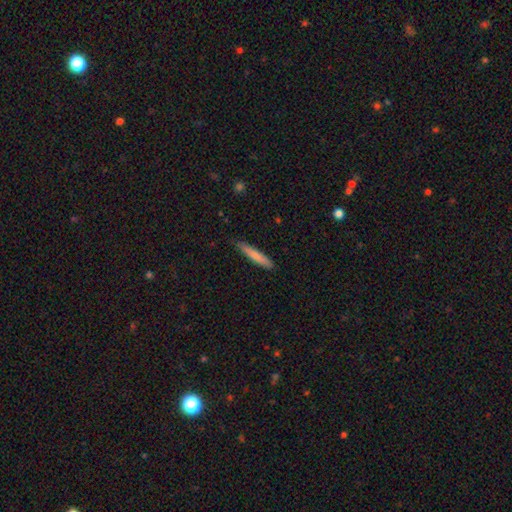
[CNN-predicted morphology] This appears to be a smooth galaxy with no disk features (78%) that is cigar-shaped (92%). Merging: none (83%).